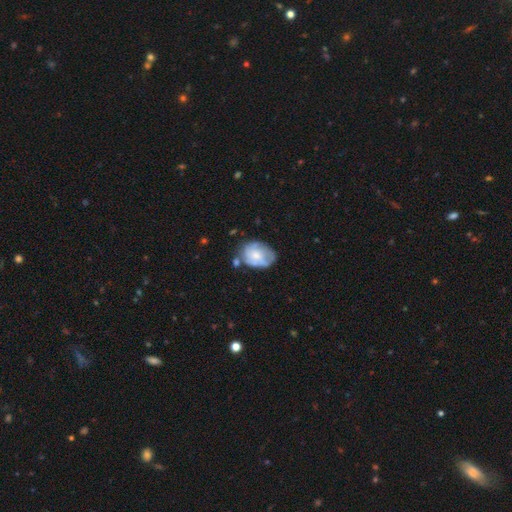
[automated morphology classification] Q: Smooth or featured?
A: featured or disk (50%); runner-up: smooth (44%)
Q: Merging?
A: none (49%); runner-up: minor disturbance (30%)